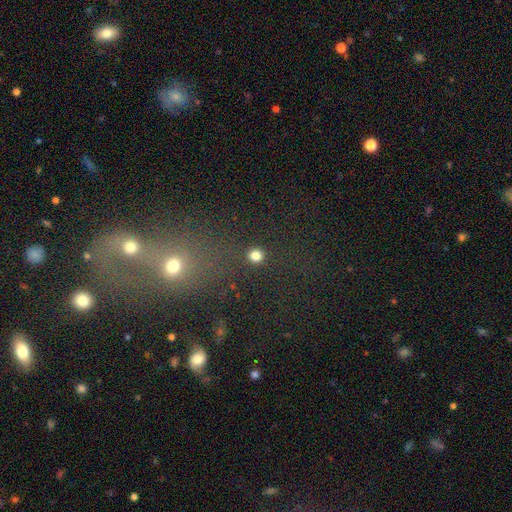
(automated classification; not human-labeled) smooth_or_featured: smooth (p=0.81) [alt: star or artifact p=0.15]
how_rounded: round (p=0.92) [alt: in between p=0.07]
merging: none (p=0.91) [alt: minor disturbance p=0.05]